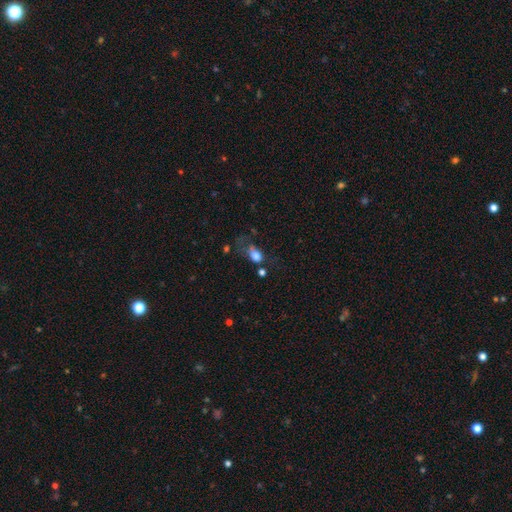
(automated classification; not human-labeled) This appears to be a smooth galaxy with no disk features (72%) that is in between round and cigar-shaped (73%). Merging: major disturbance (45%).